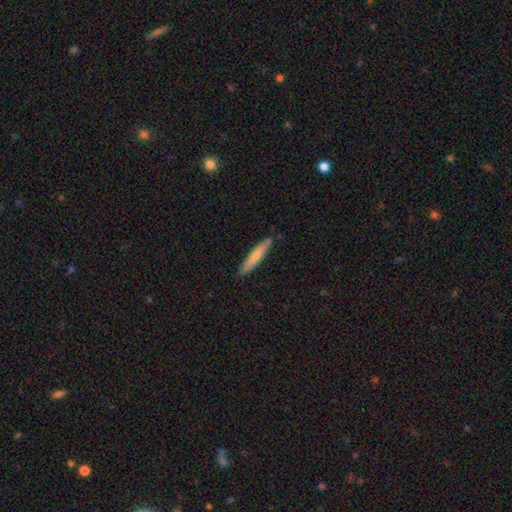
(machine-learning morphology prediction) smooth-or-featured: smooth: 73% | featured or disk: 21% | star or artifact: 5%
  how-rounded: cigar-shaped: 91% | in between: 7% | round: 1%
  merging: none: 85% | minor disturbance: 11% | merger: 2% | major disturbance: 2%